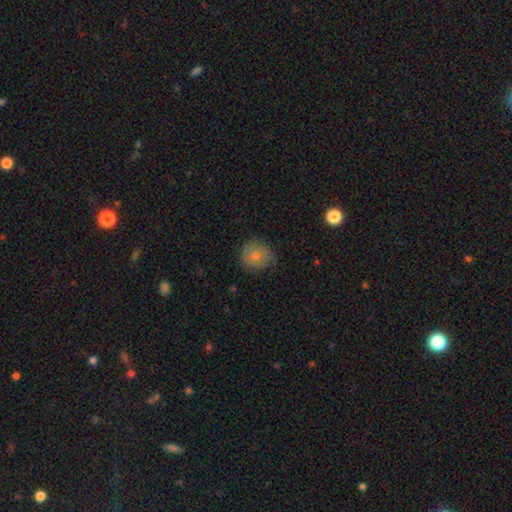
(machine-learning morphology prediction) smooth 75%, featured or disk 17%, star or artifact 8%. Down the decision tree: how rounded — round (86%); merging — none (71%).